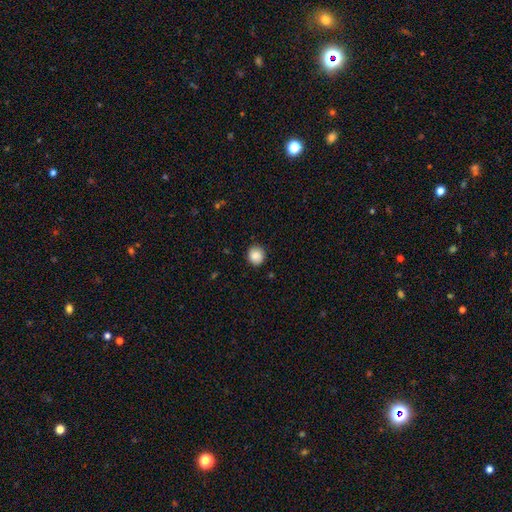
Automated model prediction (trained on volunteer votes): Smooth or featured? Predicted: smooth (p=0.87). How rounded? Predicted: round (p=0.86). Merging? Predicted: none (p=0.89).